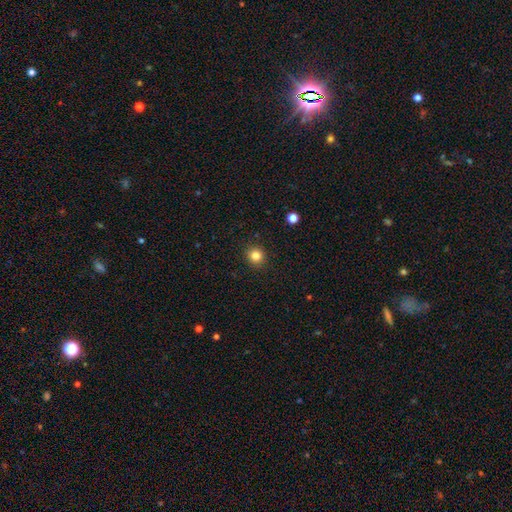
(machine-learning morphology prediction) type=smooth (83%); roundness=round (91%); merging=none (92%).